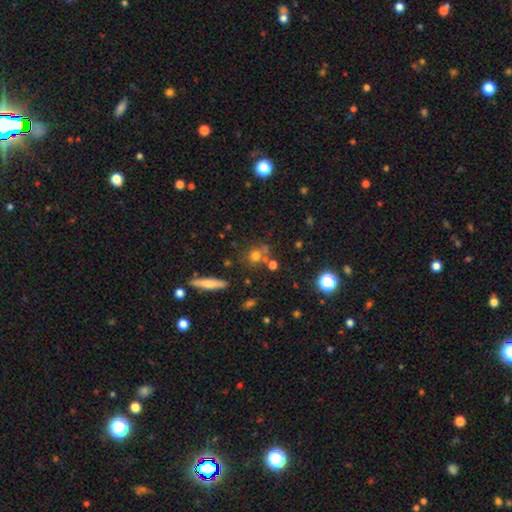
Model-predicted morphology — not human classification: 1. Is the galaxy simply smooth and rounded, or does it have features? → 64% smooth, 19% star or artifact, 17% featured or disk.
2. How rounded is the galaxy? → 78% round, 18% in between, 4% cigar-shaped.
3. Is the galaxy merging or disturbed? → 62% none, 20% merger, 12% minor disturbance, 5% major disturbance.